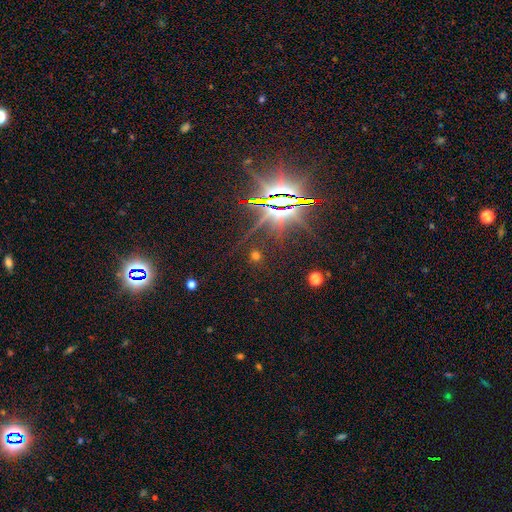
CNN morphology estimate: Smooth or featured? star or artifact (63%)